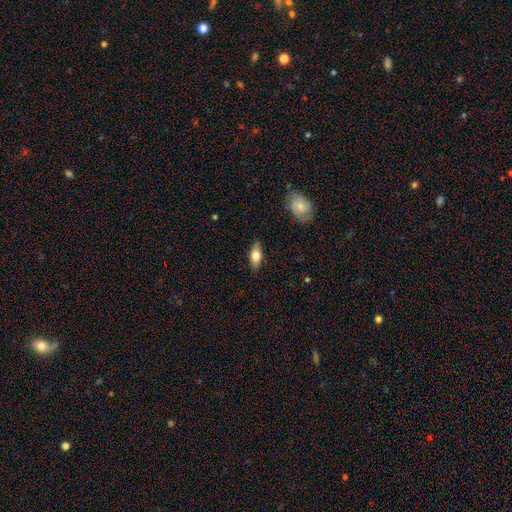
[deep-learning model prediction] smooth-or-featured: smooth: 67% | featured or disk: 26% | star or artifact: 7%
  how-rounded: in between: 80% | cigar-shaped: 15% | round: 4%
  merging: none: 82% | minor disturbance: 14% | major disturbance: 3% | merger: 1%